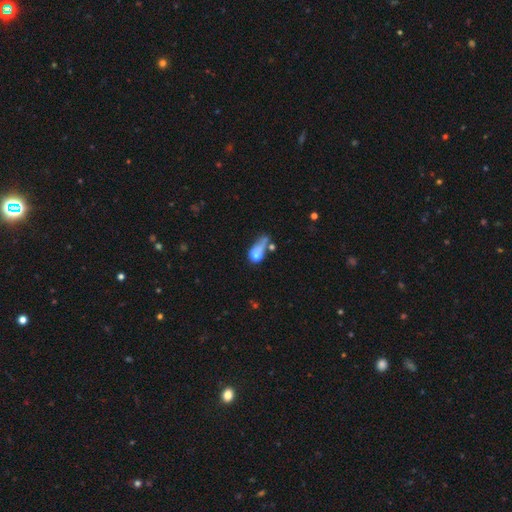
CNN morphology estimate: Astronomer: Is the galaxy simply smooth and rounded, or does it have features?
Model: smooth — 67%.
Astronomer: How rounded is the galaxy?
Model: in between — 65%.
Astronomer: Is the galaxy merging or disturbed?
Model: major disturbance — 35% (runner-up: merger, 26%).